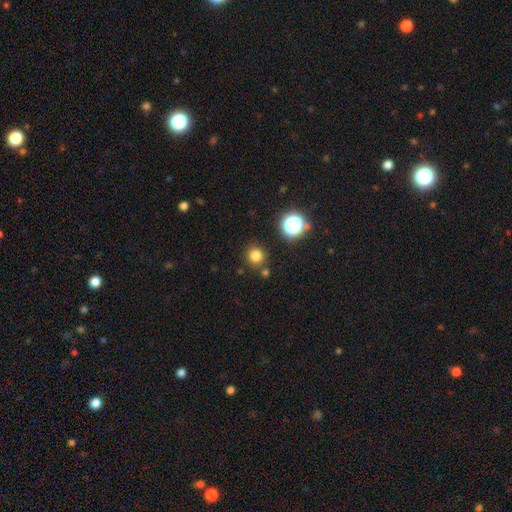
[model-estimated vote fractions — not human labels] smooth_or_featured: smooth (p=0.78) [alt: star or artifact p=0.17]
how_rounded: round (p=0.92) [alt: in between p=0.07]
merging: none (p=0.84) [alt: minor disturbance p=0.08]